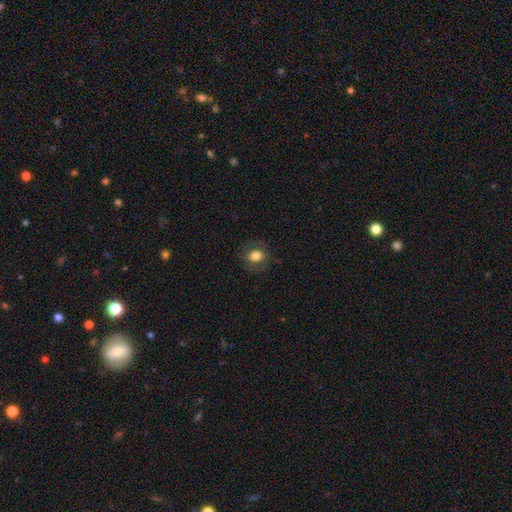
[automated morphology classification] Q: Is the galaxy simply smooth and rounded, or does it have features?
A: smooth — 76%.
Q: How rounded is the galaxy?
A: round — 64%.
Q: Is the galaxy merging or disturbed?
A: none — 83%.